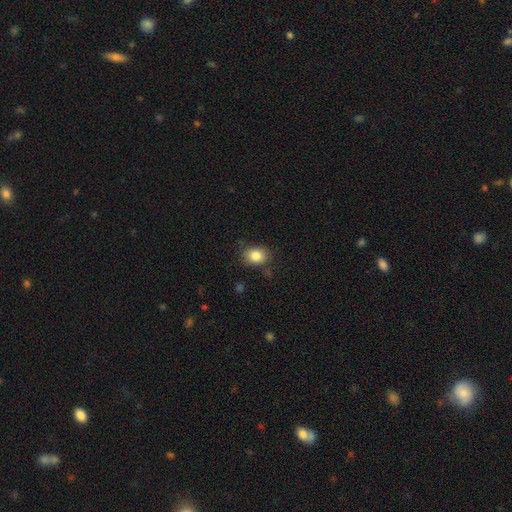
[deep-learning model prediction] A smooth galaxy with no disk features (85%) that is in between round and cigar-shaped (55%).

Vote fractions:
- Smooth or featured? smooth: 85% / star or artifact: 9% / featured or disk: 6%
- How rounded? in between: 55% / round: 44% / cigar-shaped: 1%
- Merging? none: 77% / minor disturbance: 17% / major disturbance: 4% / merger: 2%